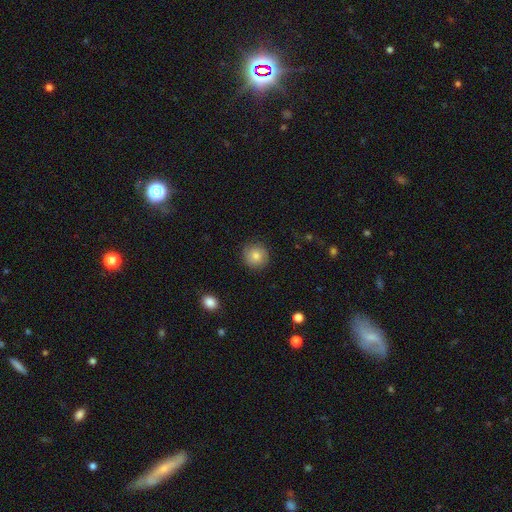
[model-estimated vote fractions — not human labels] Smooth or featured? Predicted: smooth (p=0.76). How rounded? Predicted: round (p=0.93). Merging? Predicted: none (p=0.86).